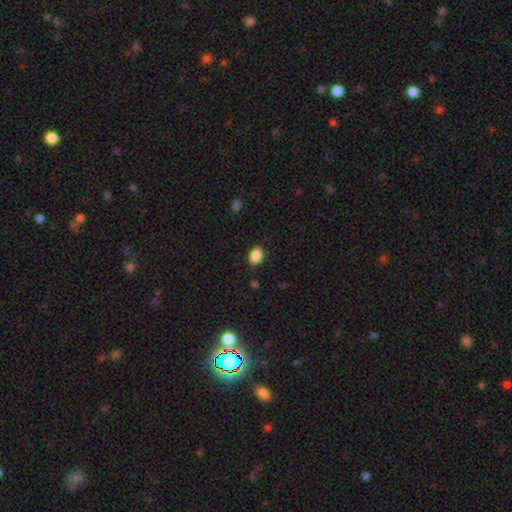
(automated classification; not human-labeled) smooth 88%, star or artifact 8%, featured or disk 3%. Down the decision tree: how rounded — in between (81%); merging — none (86%).